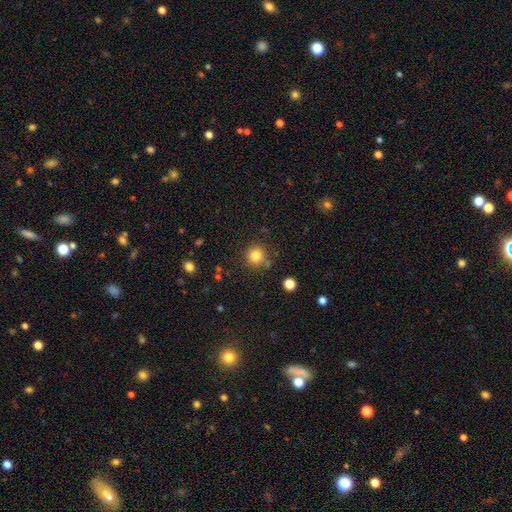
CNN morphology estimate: This appears to be a smooth galaxy with no disk features (81%) that is round (91%). Merging: none (78%).